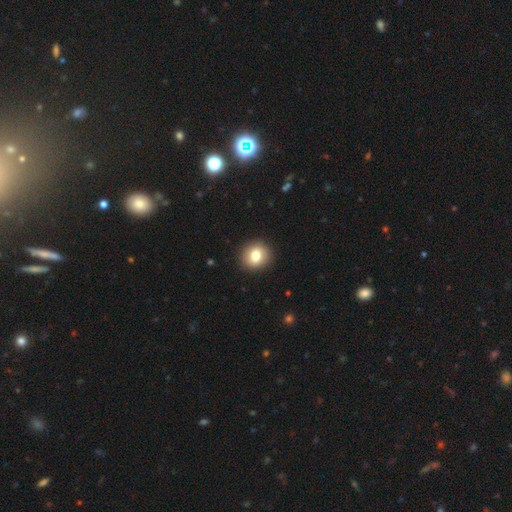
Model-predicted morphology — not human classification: Smooth or featured? smooth (81%)
How rounded? round (85%)
Merging? none (91%)